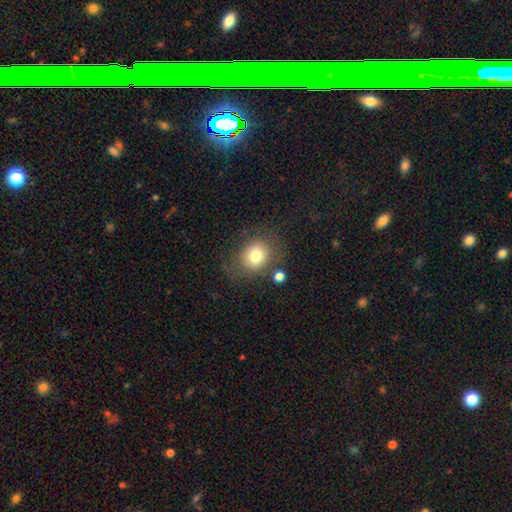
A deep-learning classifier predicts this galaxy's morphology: Smooth or featured?
  - smooth: 77% *
  - featured or disk: 12%
  - star or artifact: 11%
How rounded?
  - round: 62% *
  - in between: 37%
  - cigar-shaped: 1%
Merging?
  - none: 70% *
  - minor disturbance: 16%
  - major disturbance: 8%
  - merger: 6%